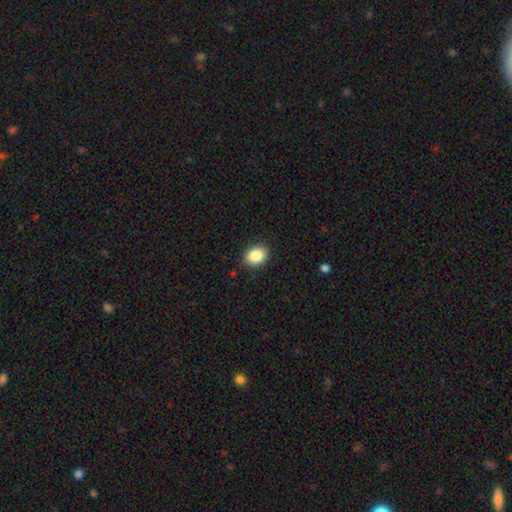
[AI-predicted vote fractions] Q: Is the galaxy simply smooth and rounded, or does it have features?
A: smooth — 87%.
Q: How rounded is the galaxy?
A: in between — 58%.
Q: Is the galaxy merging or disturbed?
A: none — 88%.